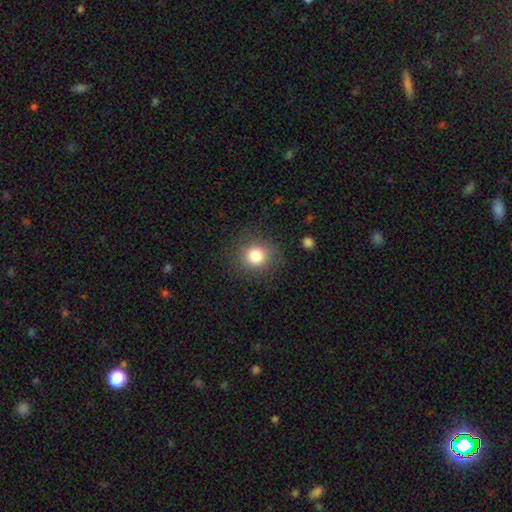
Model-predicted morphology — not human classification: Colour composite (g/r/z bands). It shows a smooth galaxy with no disk features (81%) that is round (86%). Merging: none (86%).